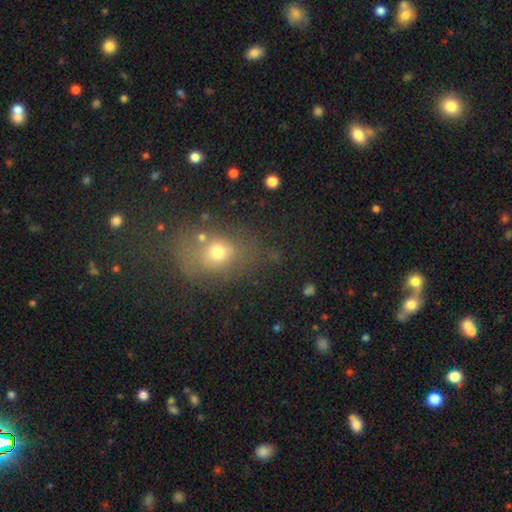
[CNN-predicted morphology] A smooth galaxy with no disk features (59%) that is in between round and cigar-shaped (56%).

Vote fractions:
- Smooth or featured? smooth: 59% / star or artifact: 28% / featured or disk: 13%
- How rounded? in between: 56% / round: 41% / cigar-shaped: 3%
- Merging? none: 71% / minor disturbance: 17% / major disturbance: 7% / merger: 5%